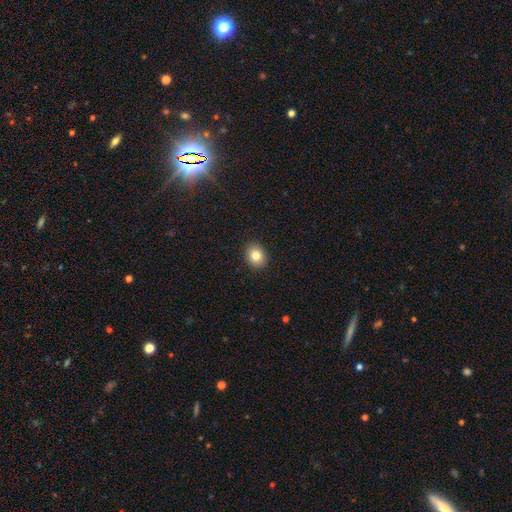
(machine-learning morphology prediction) Smooth or featured? smooth (82%)
How rounded? round (62%)
Merging? none (91%)